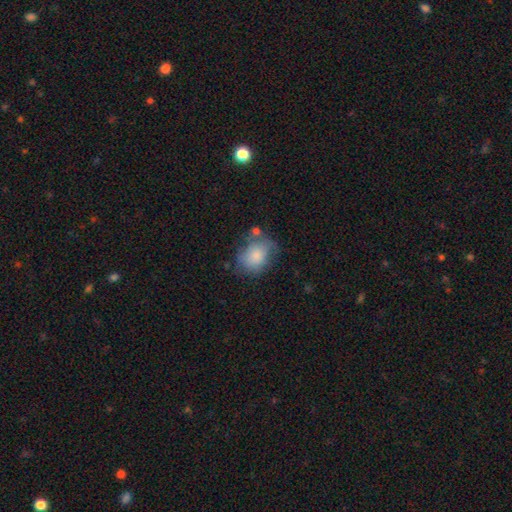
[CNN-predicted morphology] This appears to be a smooth galaxy with no disk features (77%) that is in between round and cigar-shaped (54%). Merging: none (46%).